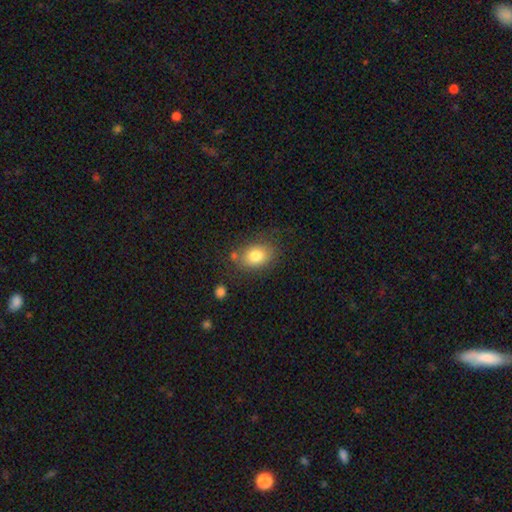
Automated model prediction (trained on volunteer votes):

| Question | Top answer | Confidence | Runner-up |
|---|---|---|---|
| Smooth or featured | smooth | 79% | featured or disk (12%) |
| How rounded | in between | 72% | round (27%) |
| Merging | none | 73% | minor disturbance (16%) |